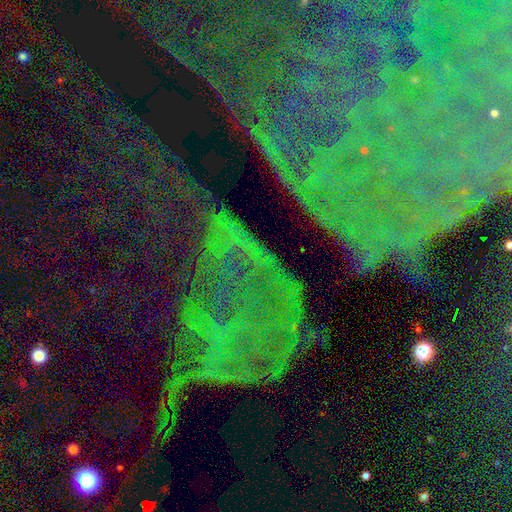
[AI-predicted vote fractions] This appears to be a star or artifact, not a galaxy (79%).